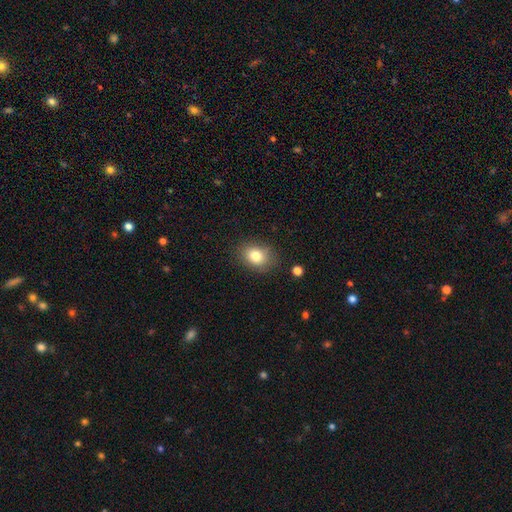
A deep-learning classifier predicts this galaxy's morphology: Smooth or featured? smooth (81%)
How rounded? in between (60%)
Merging? none (81%)